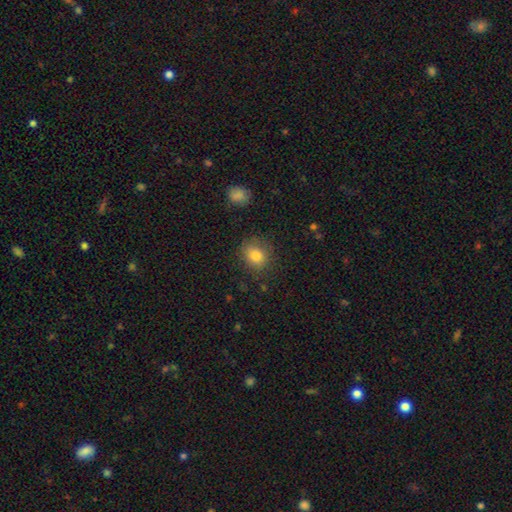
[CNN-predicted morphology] smooth 82%, star or artifact 10%, featured or disk 8%. Down the decision tree: how rounded — round (66%); merging — none (80%).